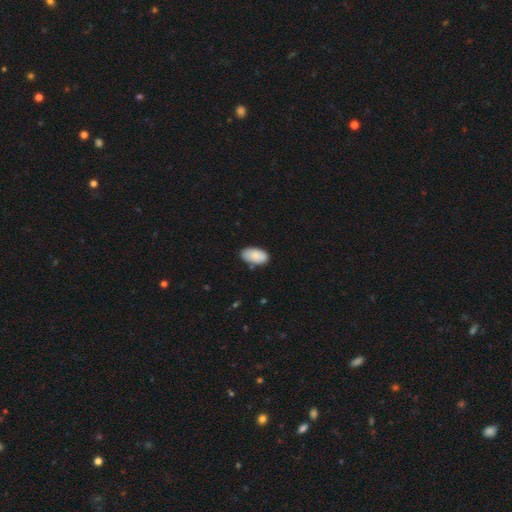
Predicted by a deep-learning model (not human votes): This appears to be a smooth galaxy with no disk features (86%) that is in between round and cigar-shaped (95%). Merging: none (80%).